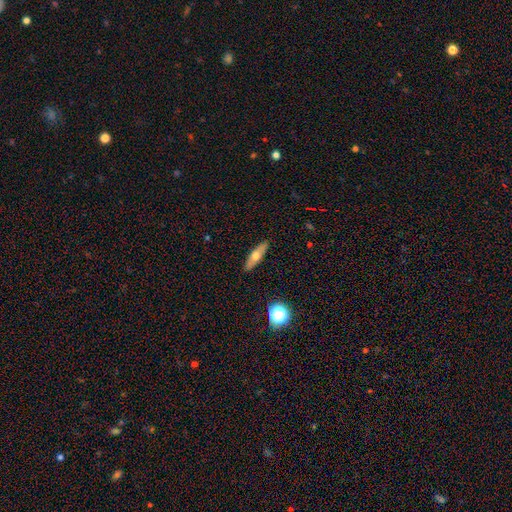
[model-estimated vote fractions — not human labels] Q: Smooth or featured?
A: smooth (52%); runner-up: featured or disk (40%)
Q: How rounded?
A: cigar-shaped (61%); runner-up: in between (35%)
Q: Merging?
A: none (89%); runner-up: minor disturbance (8%)